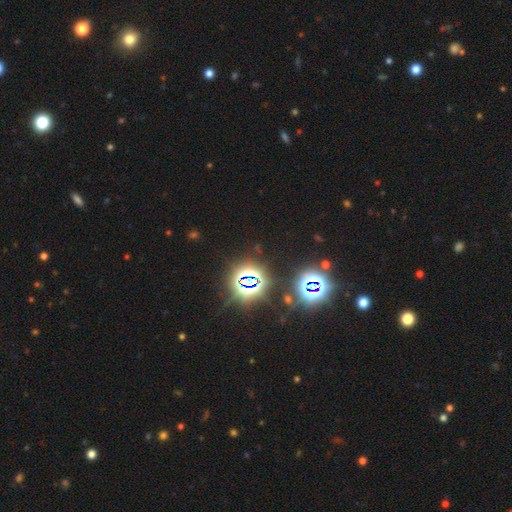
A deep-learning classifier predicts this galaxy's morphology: A star or artifact, not a galaxy (82%).